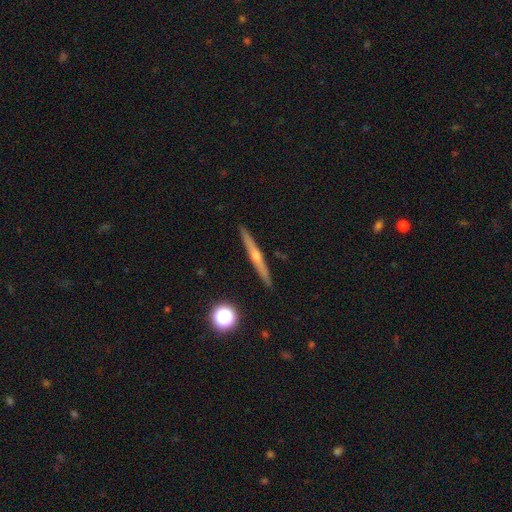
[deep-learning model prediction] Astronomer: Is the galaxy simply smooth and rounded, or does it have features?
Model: featured or disk — 73%.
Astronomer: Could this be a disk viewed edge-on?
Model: yes — 97%.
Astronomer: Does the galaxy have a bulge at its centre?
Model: rounded — 83%.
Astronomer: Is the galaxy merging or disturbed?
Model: none — 91%.